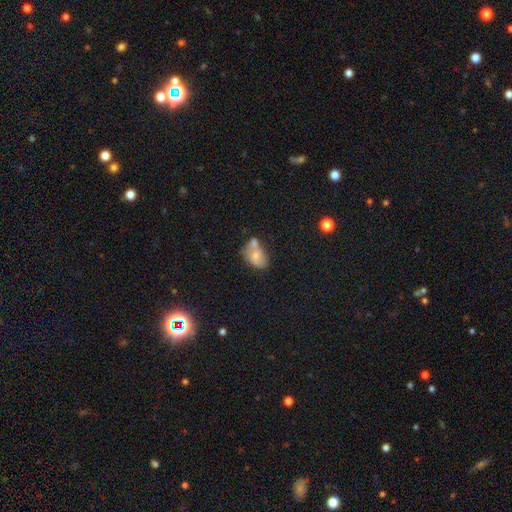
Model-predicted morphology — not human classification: A smooth galaxy with no disk features (65%) that is in between round and cigar-shaped (79%).

Vote fractions:
- Smooth or featured? smooth: 65% / featured or disk: 26% / star or artifact: 9%
- How rounded? in between: 79% / round: 20% / cigar-shaped: 1%
- Merging? merger: 43% / none: 32% / minor disturbance: 18% / major disturbance: 7%